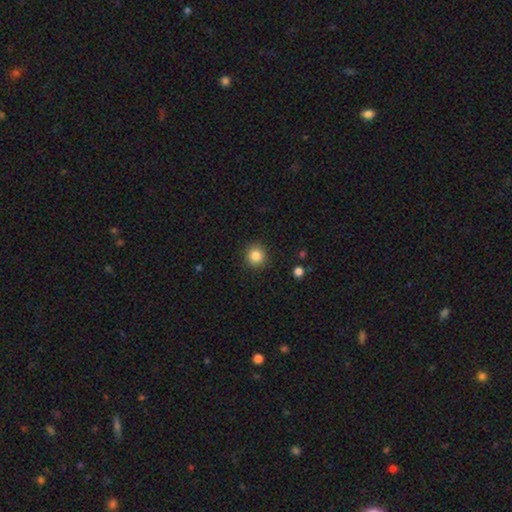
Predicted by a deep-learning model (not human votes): A smooth galaxy with no disk features (85%) that is round (93%). Merging: none (91%).